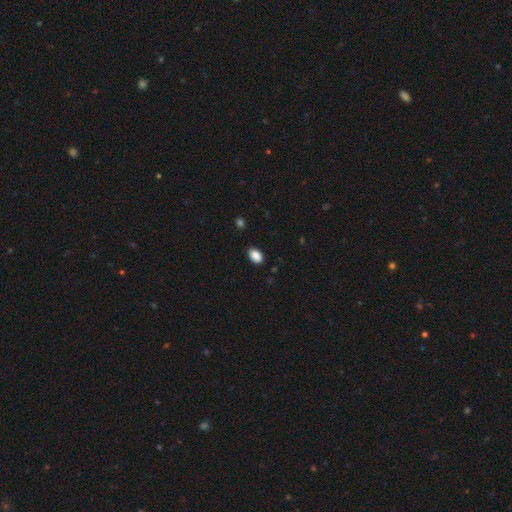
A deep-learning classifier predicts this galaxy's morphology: type=smooth (89%); roundness=in between (89%); merging=none (85%).